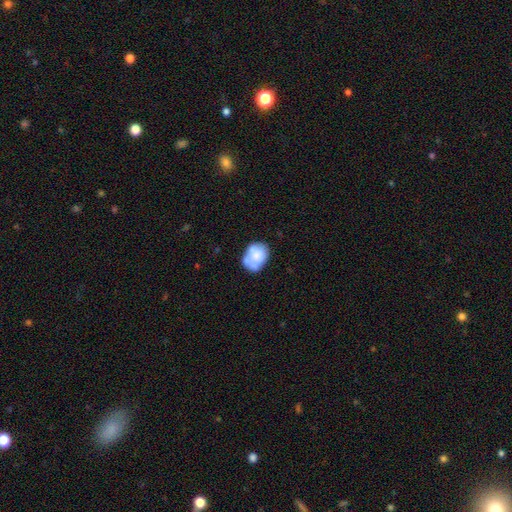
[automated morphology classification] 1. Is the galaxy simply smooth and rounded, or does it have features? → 65% smooth, 28% featured or disk, 8% star or artifact.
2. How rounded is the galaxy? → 63% in between, 36% round, 1% cigar-shaped.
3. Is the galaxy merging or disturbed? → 40% none, 28% minor disturbance, 20% merger, 12% major disturbance.